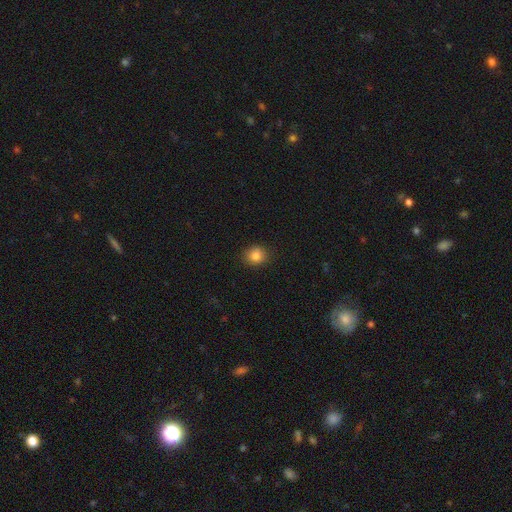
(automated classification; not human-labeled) Morphology: type=smooth (84%); roundness=round (77%); merging=none (88%).